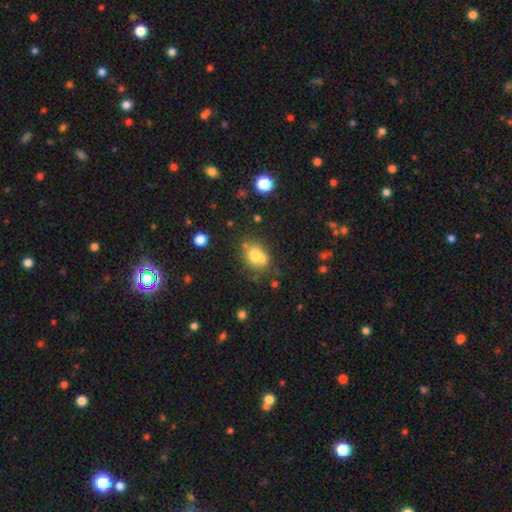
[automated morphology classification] Overall: smooth (69%). How rounded: round (63%; in between 36%). Merging: none (45%; merger 39%).